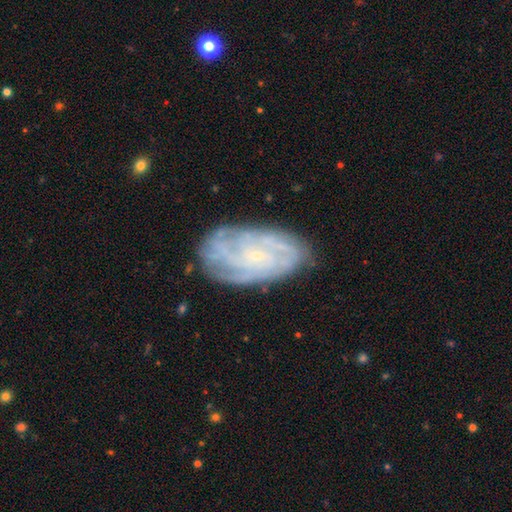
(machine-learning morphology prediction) A featured or disk galaxy (81%) with no bar (72%), tight (65%) spiral arms (94%) and a small central bulge (85%).

Vote fractions:
- Smooth or featured? featured or disk: 81% / smooth: 12% / star or artifact: 7%
- Edge-on disk? no: 96% / yes: 4%
- Bar? no: 72% / weak: 23% / strong: 5%
- Spiral arms? yes: 94% / no: 6%
- Spiral winding? tight: 65% / medium: 28% / loose: 7%
- Spiral arm count? can't tell: 33% / 4: 25% / 3: 14% / more than 4: 11% / 2: 11% / 1: 6%
- Bulge size? small: 85% / moderate: 10% / none: 3% / large: 1% / dominant: 1%
- Merging? none: 78% / minor disturbance: 16% / major disturbance: 5% / merger: 1%